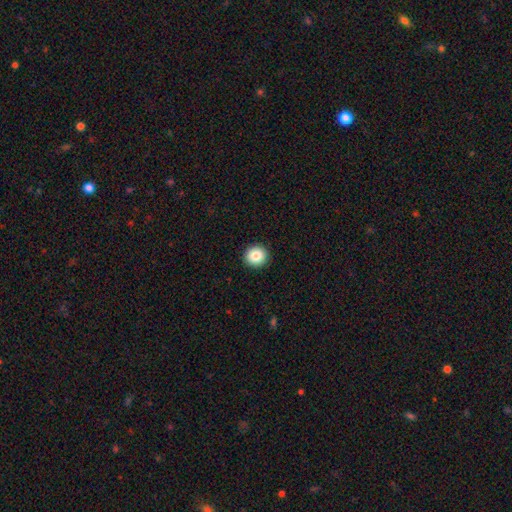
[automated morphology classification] smooth_or_featured: smooth (p=0.85) [alt: star or artifact p=0.09]
how_rounded: round (p=0.91) [alt: in between p=0.08]
merging: none (p=0.93) [alt: minor disturbance p=0.05]